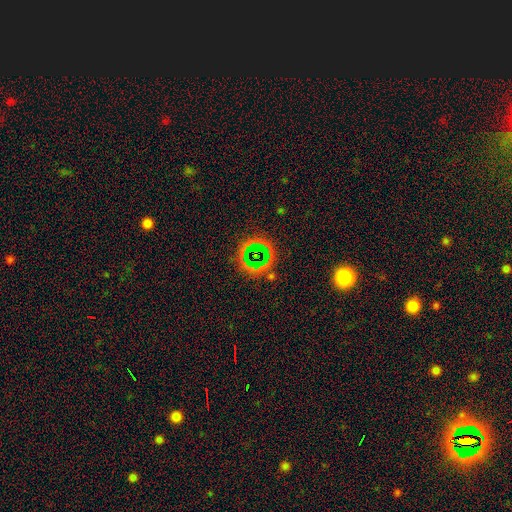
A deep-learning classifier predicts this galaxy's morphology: star or artifact 65%, smooth 21%, featured or disk 14%.